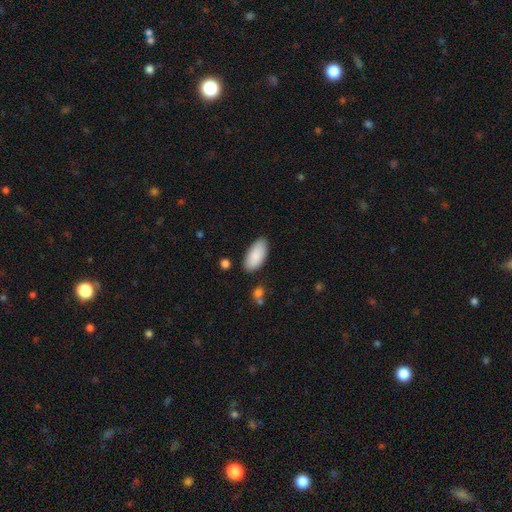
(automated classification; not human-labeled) smooth-or-featured: smooth: 89% | star or artifact: 6% | featured or disk: 6%
  how-rounded: in between: 92% | cigar-shaped: 7% | round: 2%
  merging: none: 85% | minor disturbance: 11% | major disturbance: 2% | merger: 2%